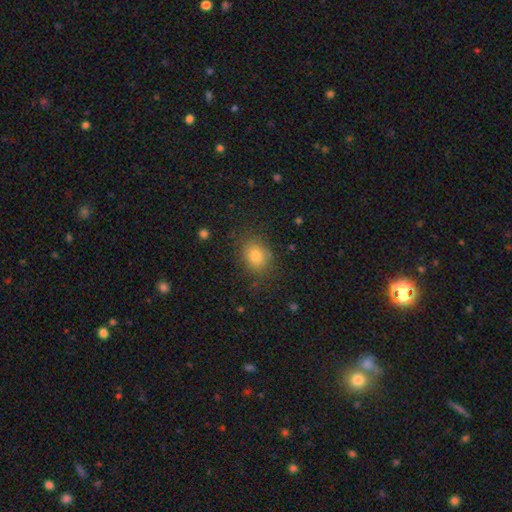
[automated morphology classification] Smooth or featured: smooth — 81% (star or artifact — 12%)
How rounded: in between — 50% (round — 49%)
Merging: none — 83% (minor disturbance — 12%)